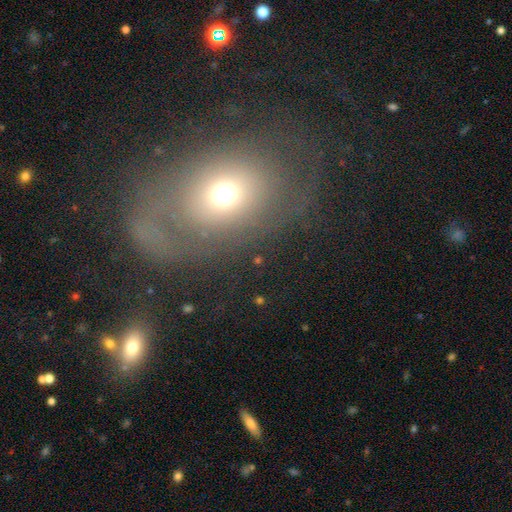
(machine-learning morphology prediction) smooth 47%, featured or disk 37%, star or artifact 16%. Down the decision tree: merging — none (54%).